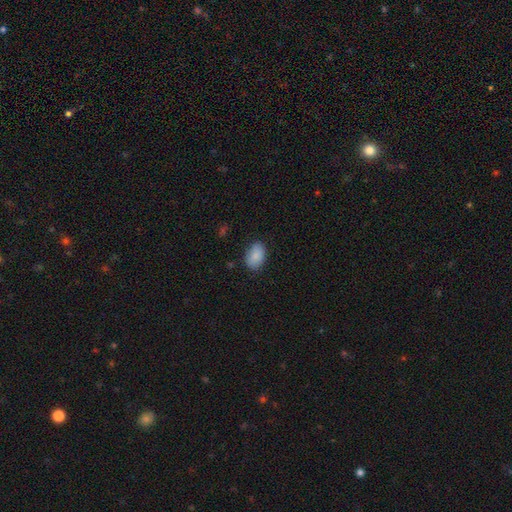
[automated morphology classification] Smooth or featured? smooth (88%)
How rounded? in between (86%)
Merging? none (82%)